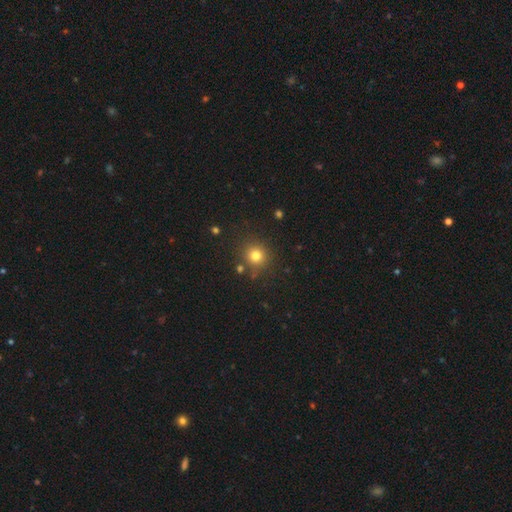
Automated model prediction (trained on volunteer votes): Smooth or featured? Predicted: smooth (p=0.78). How rounded? Predicted: round (p=0.91). Merging? Predicted: none (p=0.84).